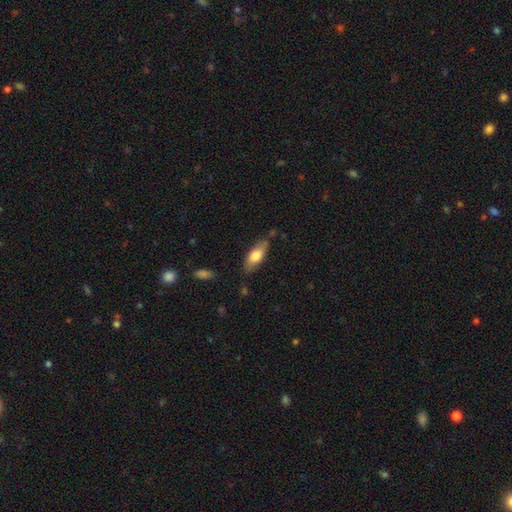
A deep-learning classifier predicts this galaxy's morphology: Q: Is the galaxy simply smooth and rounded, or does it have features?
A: smooth — 73%.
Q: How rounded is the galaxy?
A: in between — 76%.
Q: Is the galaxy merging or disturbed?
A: none — 75%.